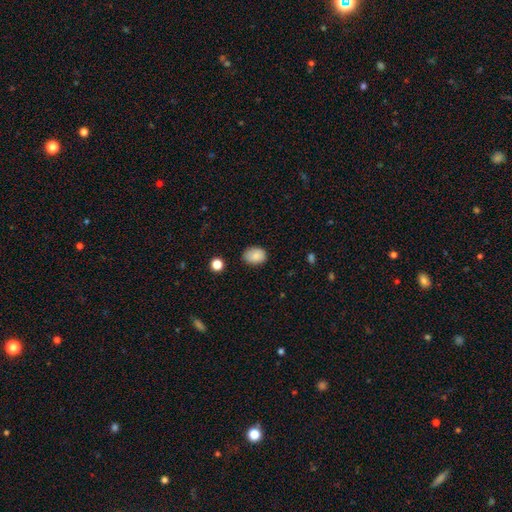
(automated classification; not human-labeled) A smooth galaxy with no disk features (87%) that is in between round and cigar-shaped (70%).

Vote fractions:
- Smooth or featured? smooth: 87% / star or artifact: 8% / featured or disk: 5%
- How rounded? in between: 70% / round: 29% / cigar-shaped: 1%
- Merging? none: 78% / minor disturbance: 17% / major disturbance: 3% / merger: 2%